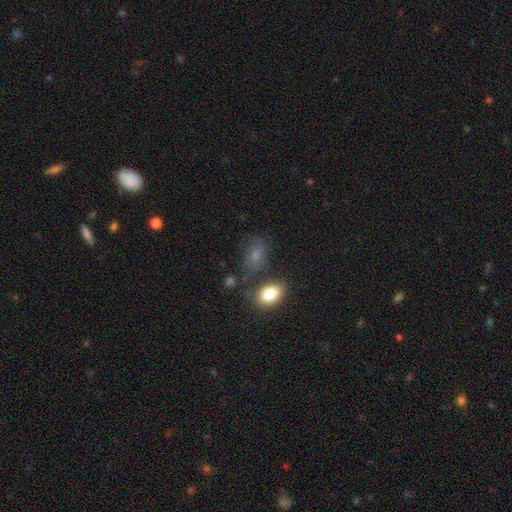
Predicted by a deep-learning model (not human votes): Smooth or featured? Predicted: smooth (p=0.63). How rounded? Predicted: in between (p=0.79). Merging? Predicted: none (p=0.54).